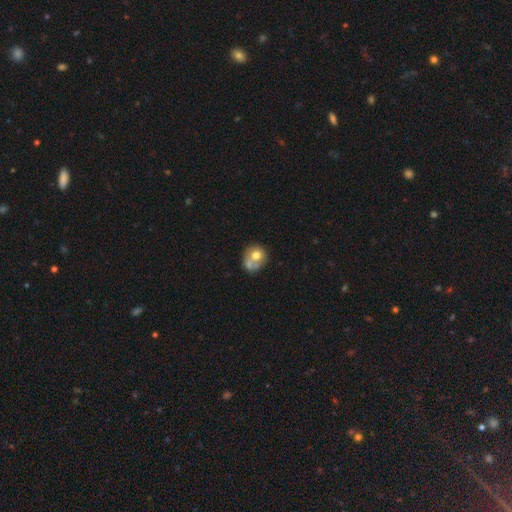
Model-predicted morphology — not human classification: Overall: smooth (64%; featured or disk 27%). How rounded: round (69%; in between 30%). Merging: merger (46%; none 32%).